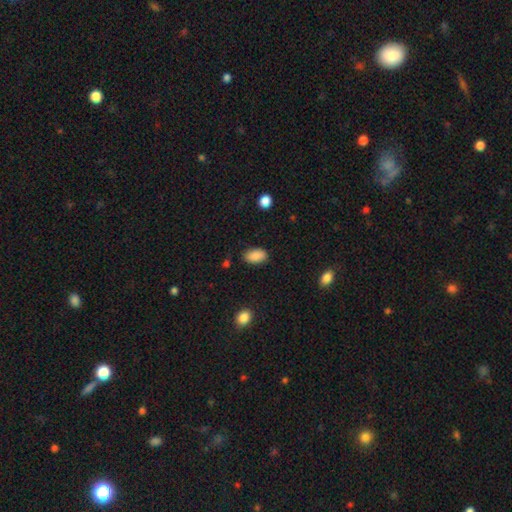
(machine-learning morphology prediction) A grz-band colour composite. It shows a smooth galaxy with no disk features (89%) that is in between round and cigar-shaped (93%). Merging: none (83%).